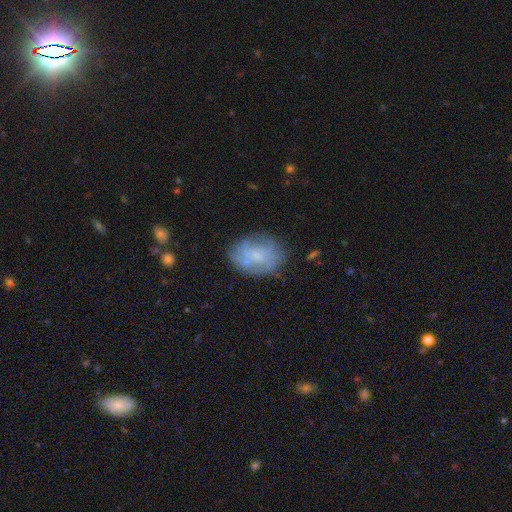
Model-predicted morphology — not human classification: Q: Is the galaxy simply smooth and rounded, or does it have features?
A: smooth — 53%.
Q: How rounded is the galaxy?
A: in between — 77%.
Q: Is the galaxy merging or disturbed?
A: none — 66%.